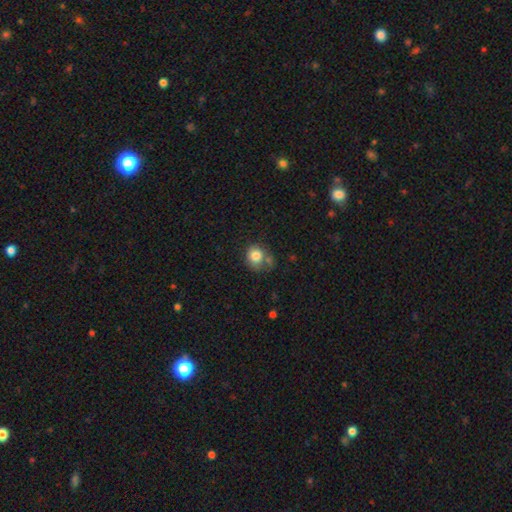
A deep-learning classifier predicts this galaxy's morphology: smooth-or-featured: smooth: 81% | featured or disk: 9% | star or artifact: 9%
  how-rounded: round: 75% | in between: 24% | cigar-shaped: 1%
  merging: none: 51% | minor disturbance: 21% | merger: 19% | major disturbance: 9%